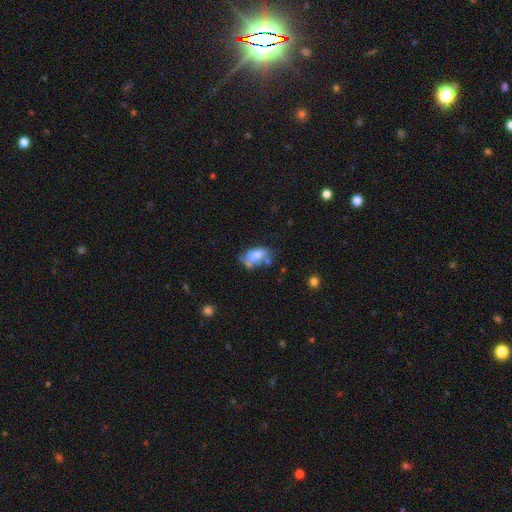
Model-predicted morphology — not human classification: The model was most divided on "merging": none: 33%, minor disturbance: 25%, merger: 24%, major disturbance: 18%. More confident: how rounded — in between (89%); smooth or featured — smooth (56%).